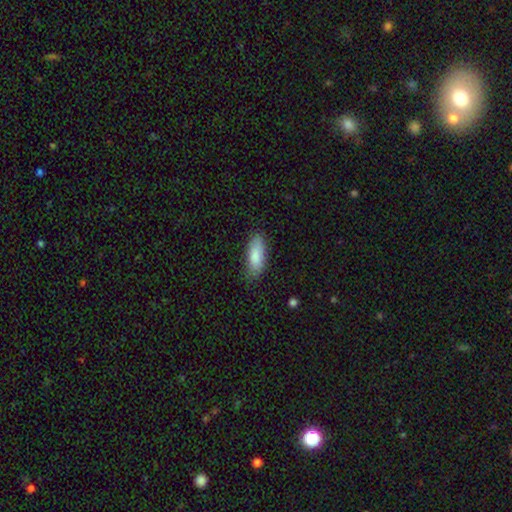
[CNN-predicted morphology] Smooth or featured?
  - smooth: 85% *
  - featured or disk: 9%
  - star or artifact: 6%
How rounded?
  - in between: 73% *
  - cigar-shaped: 25%
  - round: 2%
Merging?
  - none: 78% *
  - minor disturbance: 17%
  - major disturbance: 3%
  - merger: 1%